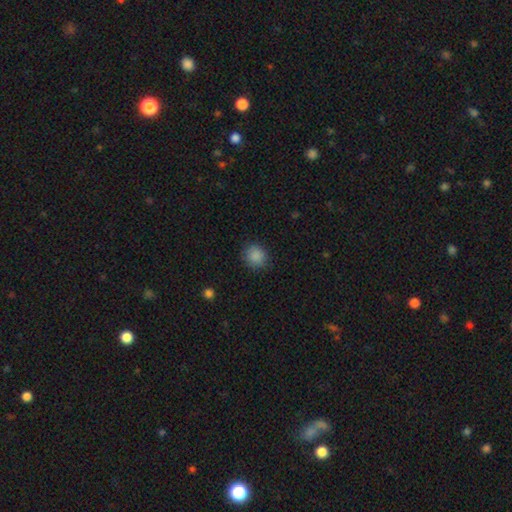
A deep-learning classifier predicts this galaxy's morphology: This appears to be a smooth galaxy with no disk features (87%) that is round (85%). Merging: none (87%).